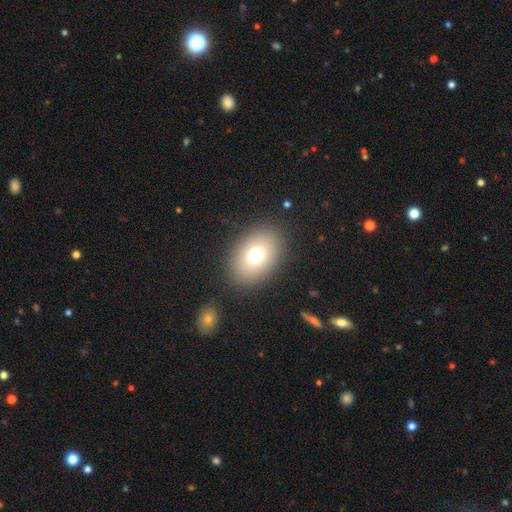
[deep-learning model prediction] Smooth or featured? Predicted: smooth (p=0.74). How rounded? Predicted: in between (p=0.78). Merging? Predicted: none (p=0.87).